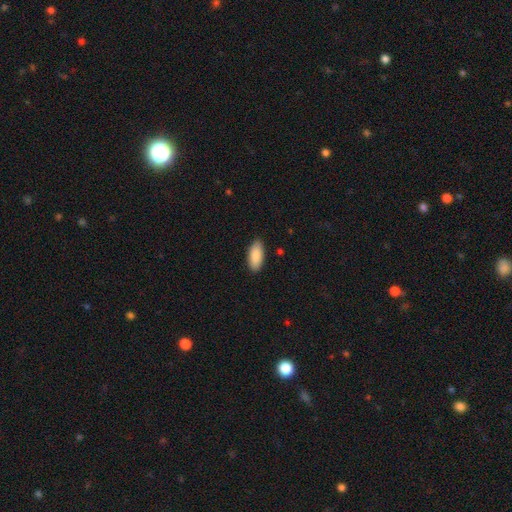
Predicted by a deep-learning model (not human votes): Smooth or featured? Predicted: smooth (p=0.89). How rounded? Predicted: in between (p=0.88). Merging? Predicted: none (p=0.88).